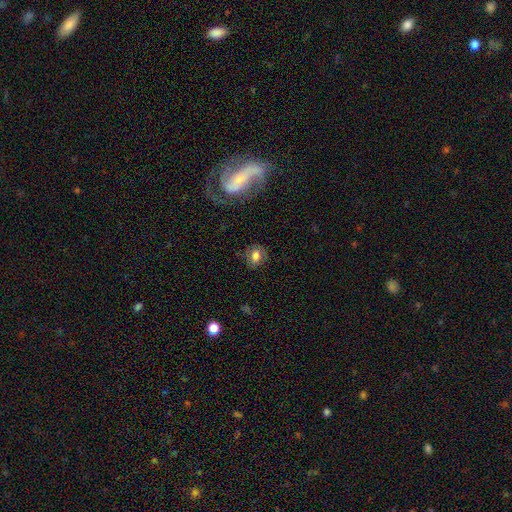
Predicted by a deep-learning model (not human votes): This appears to be a smooth galaxy with no disk features (69%) that is round (55%). Merging: none (77%).